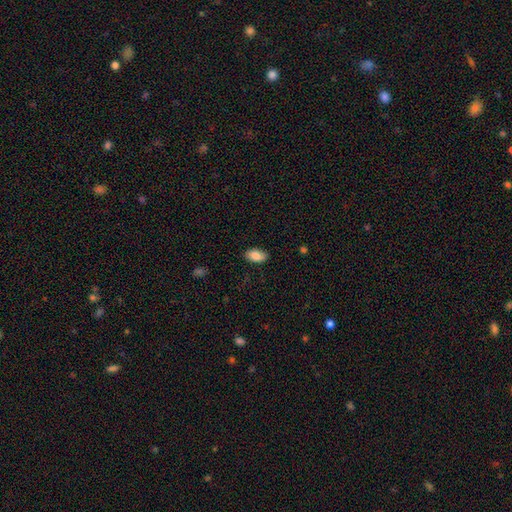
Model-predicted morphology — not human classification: This is clearly a smooth galaxy (84%). How rounded: clearly in between (93%). Merging: clearly none (83%).